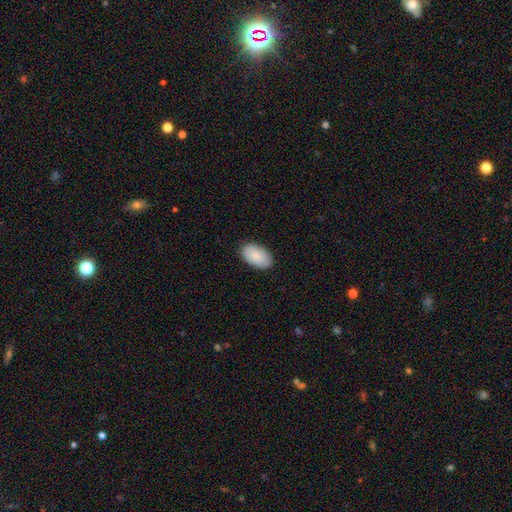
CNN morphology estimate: Smooth or featured?
  - smooth: 86% *
  - featured or disk: 8%
  - star or artifact: 6%
How rounded?
  - in between: 95% *
  - round: 4%
  - cigar-shaped: 1%
Merging?
  - none: 88% *
  - minor disturbance: 10%
  - major disturbance: 2%
  - merger: 1%